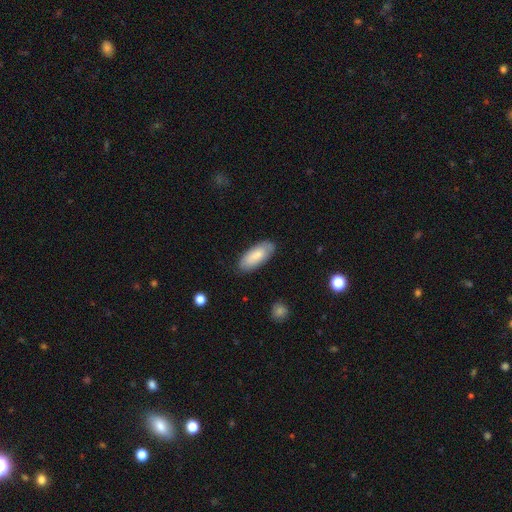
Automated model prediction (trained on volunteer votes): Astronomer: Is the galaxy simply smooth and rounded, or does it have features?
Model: smooth — 79%.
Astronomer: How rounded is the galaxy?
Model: in between — 85%.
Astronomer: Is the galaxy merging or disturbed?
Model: none — 82%.